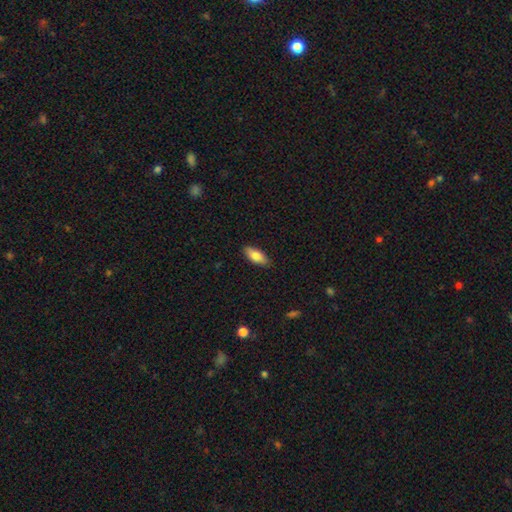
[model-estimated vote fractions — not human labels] This is clearly a smooth galaxy (81%). How rounded: clearly in between (82%). Merging: clearly none (88%).